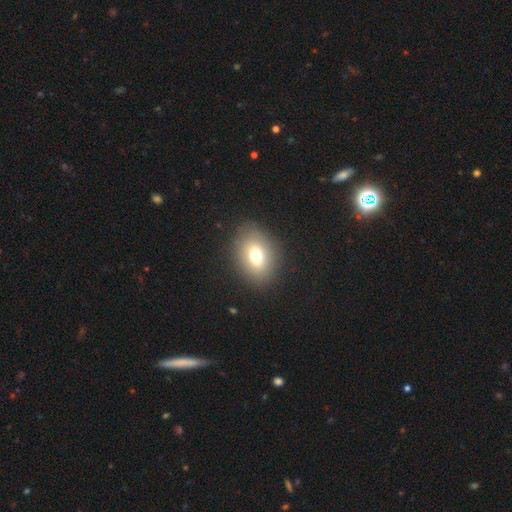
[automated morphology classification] Q: Smooth or featured?
A: smooth (72%); runner-up: featured or disk (17%)
Q: How rounded?
A: in between (68%); runner-up: round (30%)
Q: Merging?
A: none (86%); runner-up: minor disturbance (9%)